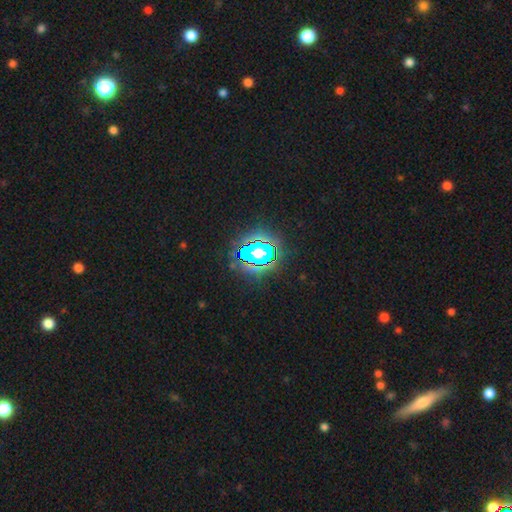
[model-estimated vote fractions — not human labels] Smooth or featured? star or artifact (62%)